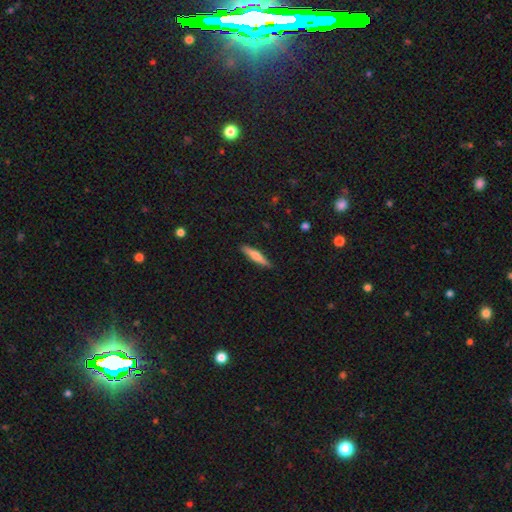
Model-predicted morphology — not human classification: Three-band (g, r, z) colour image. It shows a smooth galaxy with no disk features (60%) that is cigar-shaped (86%). Merging: none (88%).